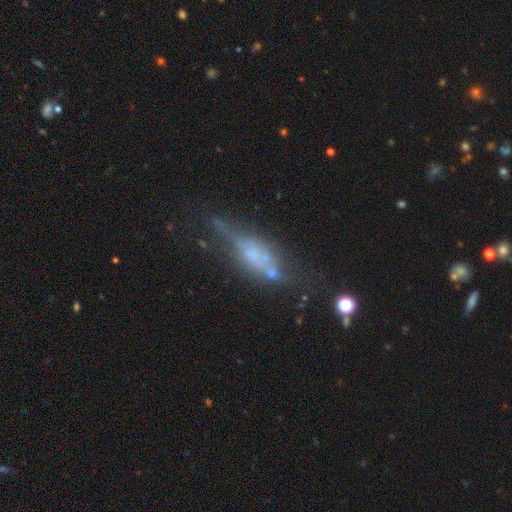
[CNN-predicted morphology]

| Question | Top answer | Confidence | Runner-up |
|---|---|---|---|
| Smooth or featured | featured or disk | 60% | smooth (27%) |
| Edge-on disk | yes | 58% | no (42%) |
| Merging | none | 44% | minor disturbance (26%) |